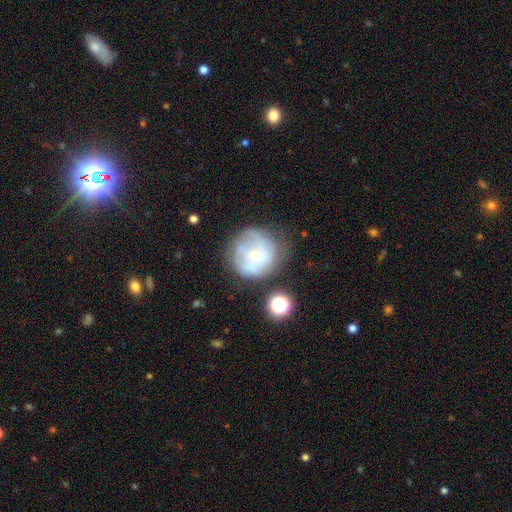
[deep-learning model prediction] This appears to be a featured or disk galaxy (57%) with no bar (76%), spiral arms (57%) and a small central bulge (58%). Merging: none (57%).